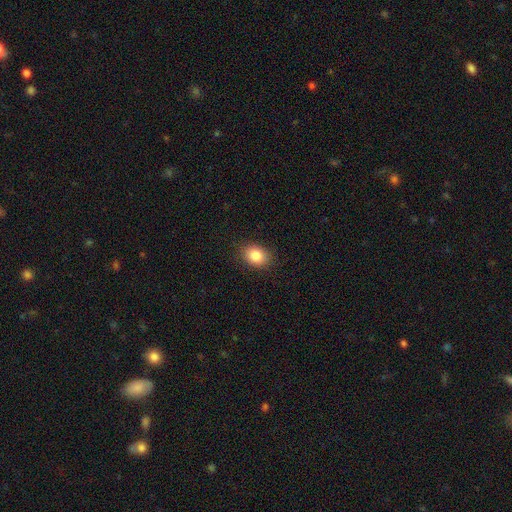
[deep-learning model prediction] The model was most divided on "how rounded": in between: 60%, round: 39%, cigar-shaped: 1%. More confident: merging — none (87%); smooth or featured — smooth (85%).